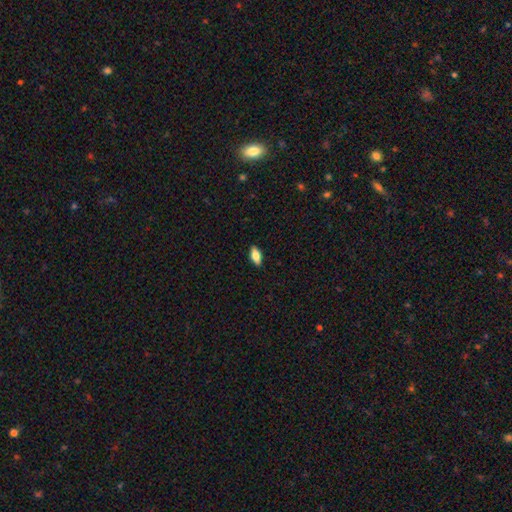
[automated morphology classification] This appears to be a smooth galaxy with no disk features (77%) that is in between round and cigar-shaped (86%). Merging: none (89%).